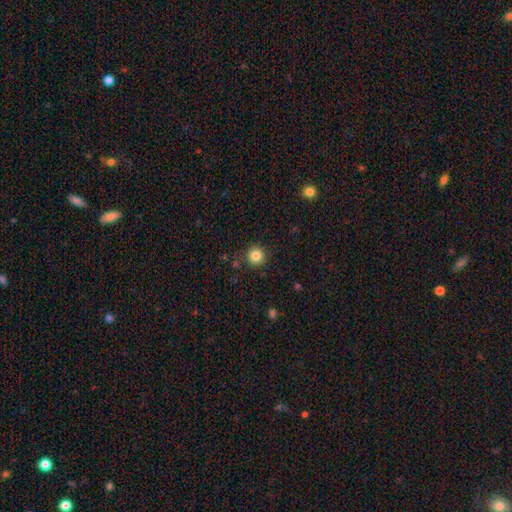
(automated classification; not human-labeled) Smooth or featured?
  - smooth: 83% *
  - star or artifact: 12%
  - featured or disk: 5%
How rounded?
  - round: 94% *
  - in between: 5%
  - cigar-shaped: 1%
Merging?
  - none: 88% *
  - minor disturbance: 7%
  - major disturbance: 2%
  - merger: 2%